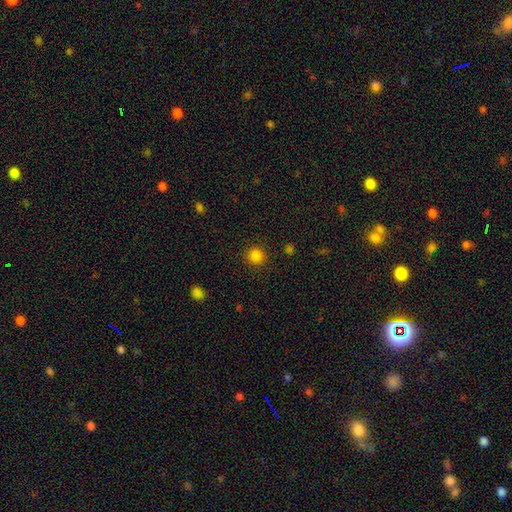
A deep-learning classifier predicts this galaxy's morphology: smooth-or-featured: smooth: 84% | star or artifact: 13% | featured or disk: 3%
  how-rounded: round: 93% | in between: 6% | cigar-shaped: 1%
  merging: none: 90% | minor disturbance: 6% | major disturbance: 2% | merger: 1%